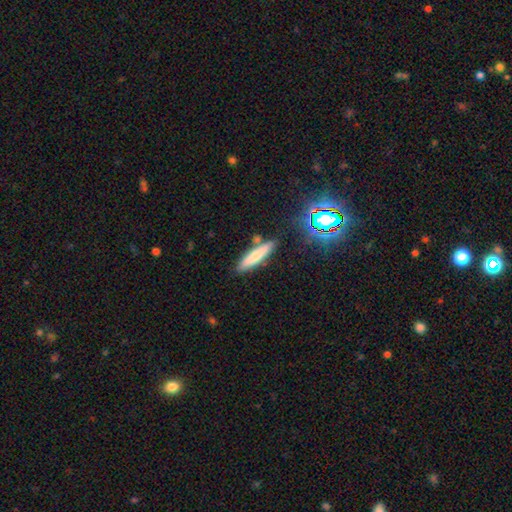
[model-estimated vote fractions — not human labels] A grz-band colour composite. It shows a smooth galaxy with no disk features (73%) that is cigar-shaped (83%). Merging: none (79%).